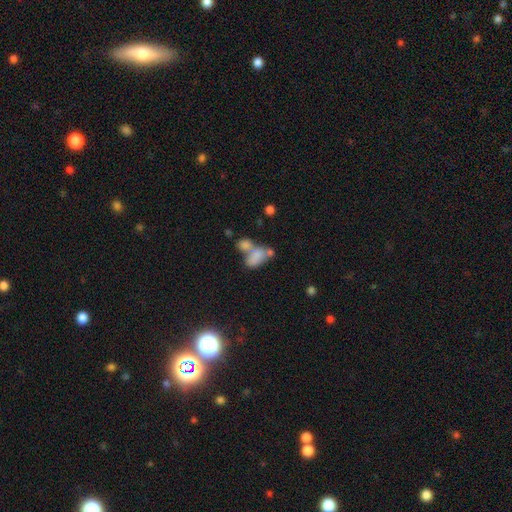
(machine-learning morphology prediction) This appears to be a smooth galaxy with no disk features (69%) that is in between round and cigar-shaped (85%). Merging: merger (59%).